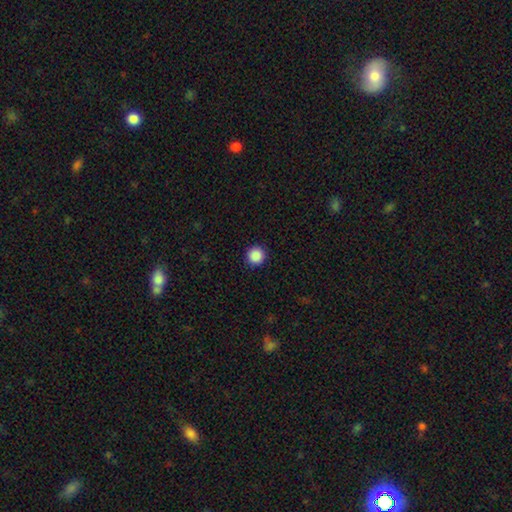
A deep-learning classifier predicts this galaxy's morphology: This appears to be a smooth galaxy with no disk features (89%) that is round (96%). Merging: none (93%).